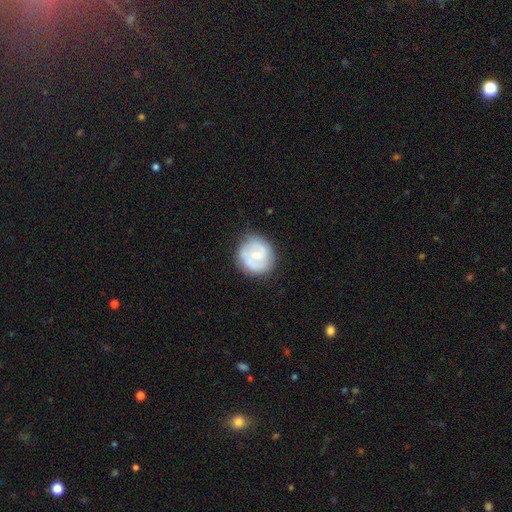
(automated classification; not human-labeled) Morphology: type=featured or disk (54%); edge-on=no (98%); bar=no (51%); spiral arms=yes (67%); bulge=small (50%); merging=none (75%).